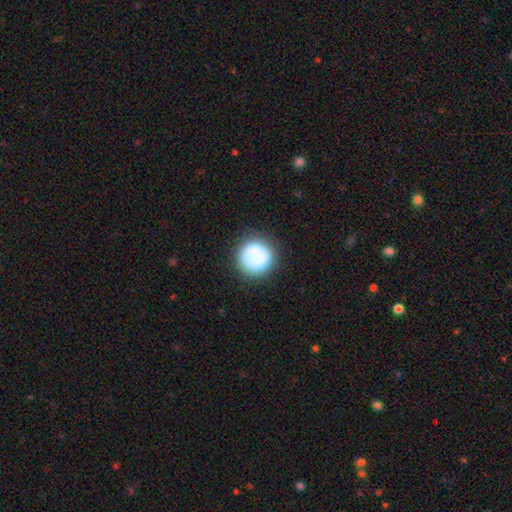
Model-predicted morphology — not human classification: Smooth or featured?
  - smooth: 76% *
  - featured or disk: 16%
  - star or artifact: 9%
How rounded?
  - round: 93% *
  - in between: 6%
  - cigar-shaped: 1%
Merging?
  - none: 74% *
  - minor disturbance: 14%
  - major disturbance: 7%
  - merger: 4%